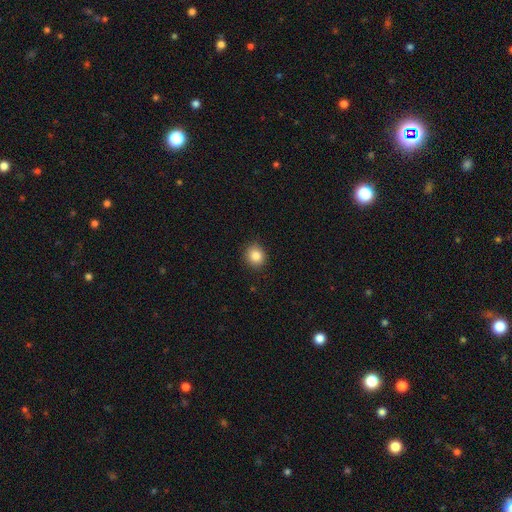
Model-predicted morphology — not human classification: Smooth or featured: smooth — 85% (star or artifact — 10%)
How rounded: round — 83% (in between — 16%)
Merging: none — 89% (minor disturbance — 8%)